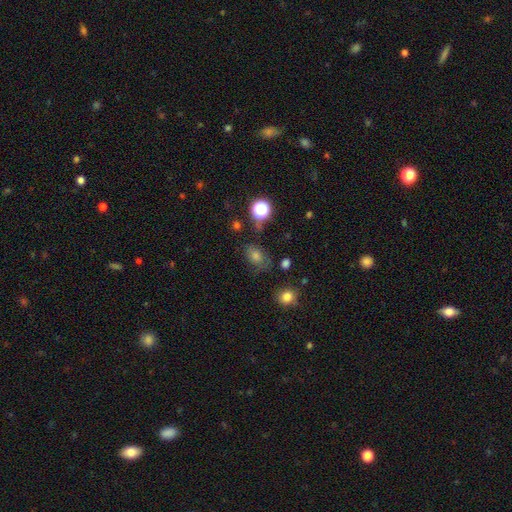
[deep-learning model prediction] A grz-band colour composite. It shows a smooth galaxy with no disk features (56%) that is in between round and cigar-shaped (68%). Merging: none (66%).